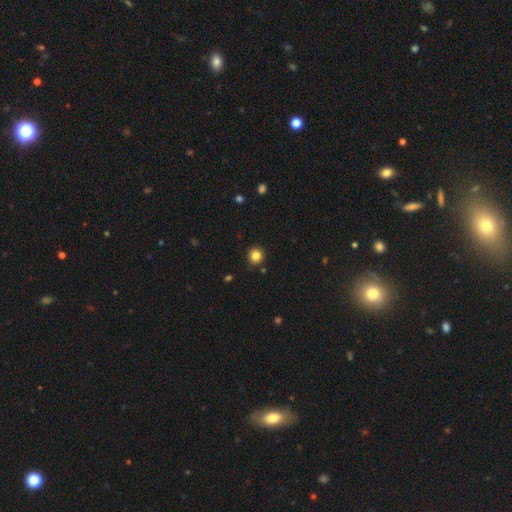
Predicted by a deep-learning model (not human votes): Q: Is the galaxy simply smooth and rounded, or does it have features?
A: smooth — 83%.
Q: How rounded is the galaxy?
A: round — 92%.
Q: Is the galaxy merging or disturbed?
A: none — 91%.